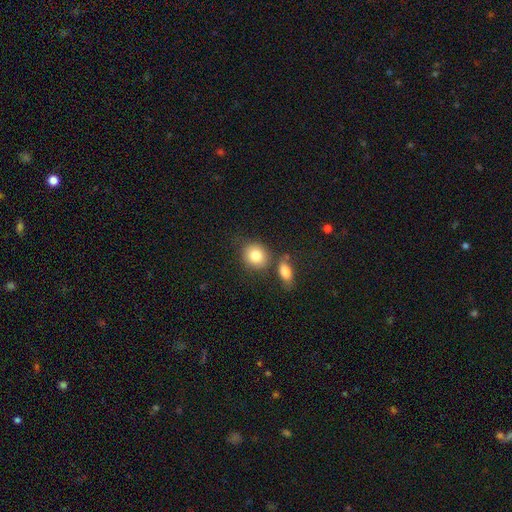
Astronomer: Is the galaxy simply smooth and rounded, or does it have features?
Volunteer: smooth — 77%.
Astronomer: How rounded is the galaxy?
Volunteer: round — 83%.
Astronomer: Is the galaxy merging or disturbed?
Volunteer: none — 76%.